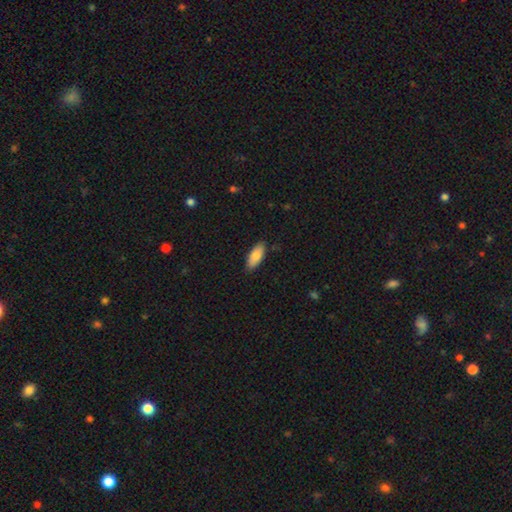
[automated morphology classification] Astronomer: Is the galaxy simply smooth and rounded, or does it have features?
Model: smooth — 80%.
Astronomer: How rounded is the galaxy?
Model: in between — 81%.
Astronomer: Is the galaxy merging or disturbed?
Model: none — 86%.